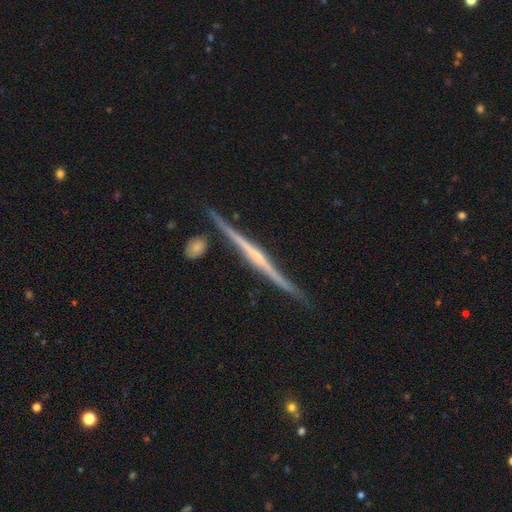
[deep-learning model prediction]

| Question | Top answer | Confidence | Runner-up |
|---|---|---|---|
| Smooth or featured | featured or disk | 84% | smooth (11%) |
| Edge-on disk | yes | 98% | no (2%) |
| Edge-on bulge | rounded | 49% | none (37%) |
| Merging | none | 83% | minor disturbance (10%) |